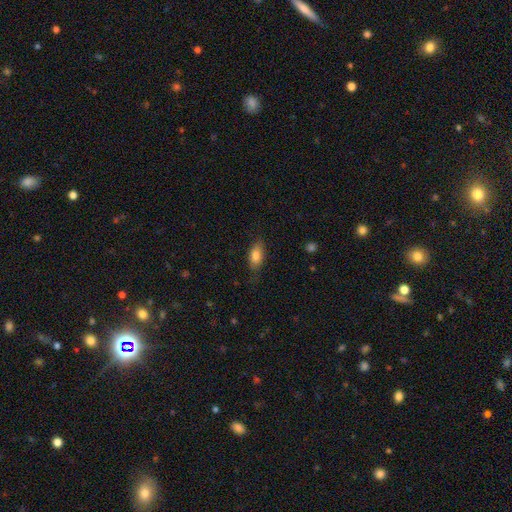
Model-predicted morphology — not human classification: The model was most divided on "merging": none: 73%, minor disturbance: 20%, major disturbance: 5%, merger: 1%. More confident: how rounded — in between (83%); smooth or featured — smooth (80%).